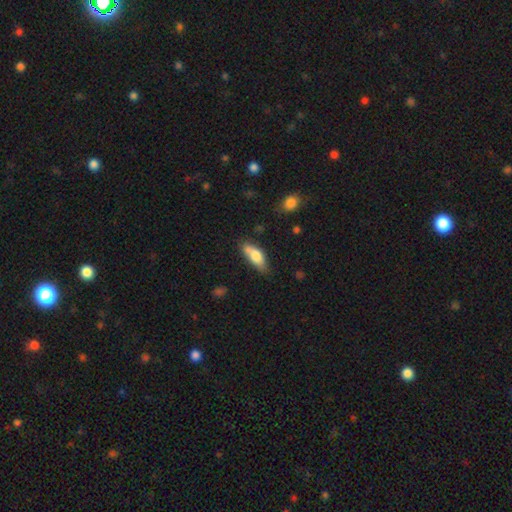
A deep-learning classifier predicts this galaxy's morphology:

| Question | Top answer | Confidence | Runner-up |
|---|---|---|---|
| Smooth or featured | smooth | 74% | featured or disk (19%) |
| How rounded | in between | 73% | cigar-shaped (25%) |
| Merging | none | 56% | minor disturbance (27%) |